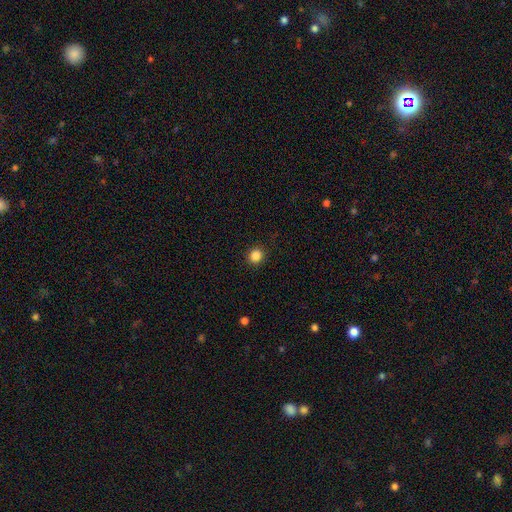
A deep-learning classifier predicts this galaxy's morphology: Smooth or featured? smooth (85%)
How rounded? round (91%)
Merging? none (92%)